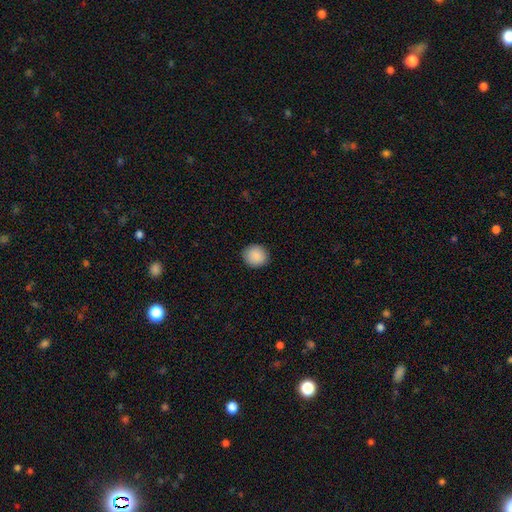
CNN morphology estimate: Smooth or featured? Predicted: smooth (p=0.88). How rounded? Predicted: round (p=0.88). Merging? Predicted: none (p=0.91).